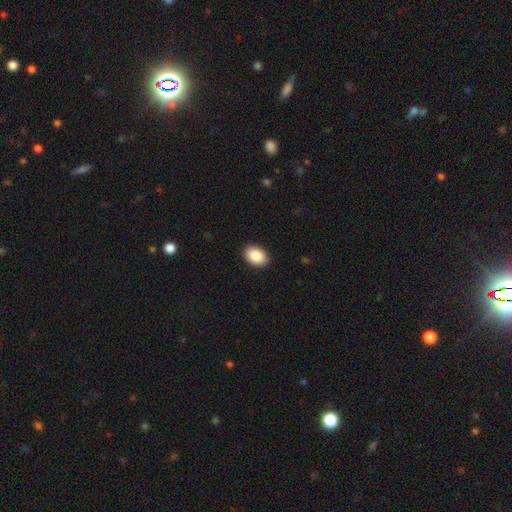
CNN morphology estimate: This is clearly a smooth galaxy (89%). How rounded: clearly in between (86%). Merging: clearly none (90%).